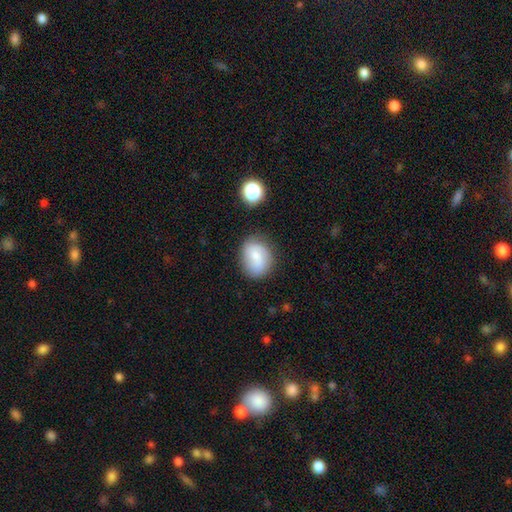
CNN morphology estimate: Smooth or featured? Predicted: smooth (p=0.70). How rounded? Predicted: in between (p=0.52). Merging? Predicted: none (p=0.73).